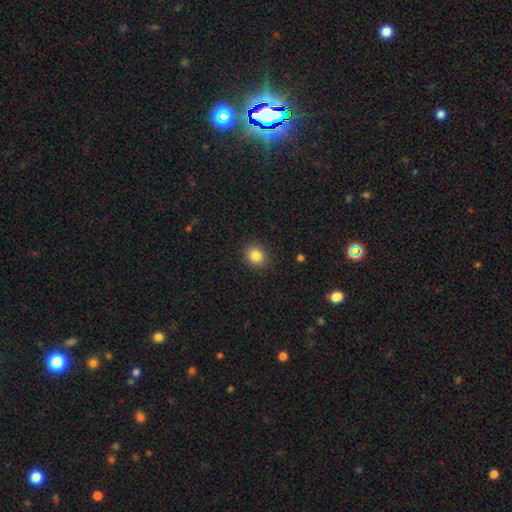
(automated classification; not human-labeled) Smooth or featured? smooth (85%)
How rounded? round (68%)
Merging? none (89%)